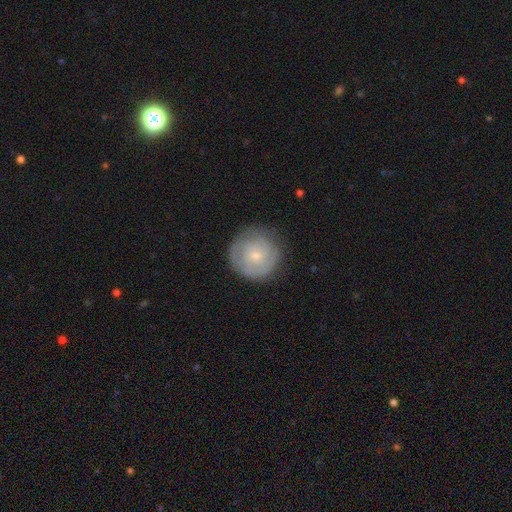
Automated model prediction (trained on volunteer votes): smooth_or_featured: smooth (p=0.47) [alt: featured or disk p=0.46]
merging: none (p=0.79) [alt: minor disturbance p=0.15]